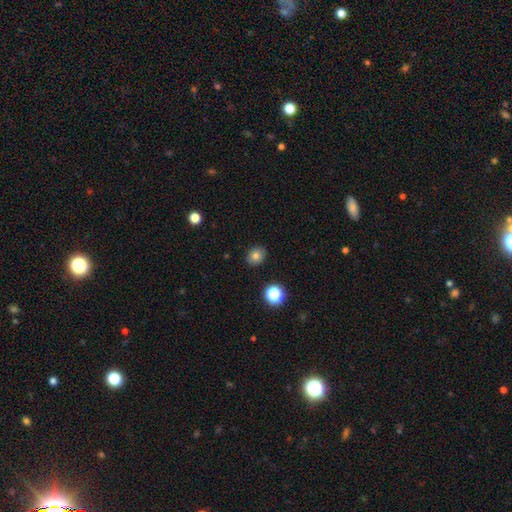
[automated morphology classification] A smooth galaxy with no disk features (78%) that is round (56%). Merging: none (89%).